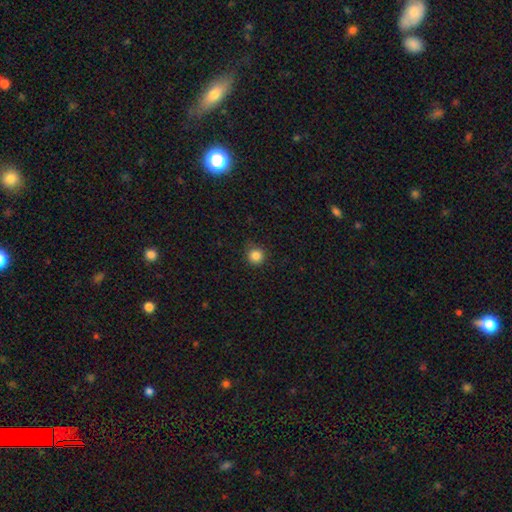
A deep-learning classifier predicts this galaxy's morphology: The model was most divided on "smooth or featured": smooth: 85%, star or artifact: 12%, featured or disk: 4%. More confident: how rounded — round (94%); merging — none (87%).